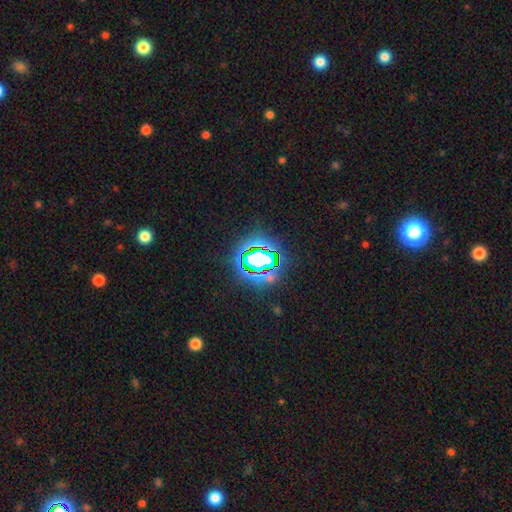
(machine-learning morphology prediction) type=star or artifact (68%).